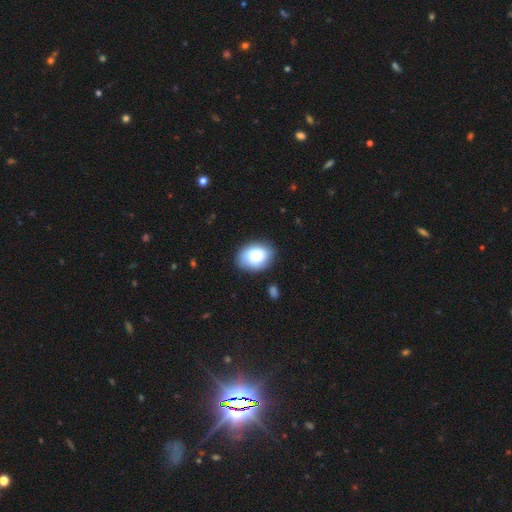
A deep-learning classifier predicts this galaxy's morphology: This is clearly a smooth galaxy (82%). How rounded: likely in between (71%). Merging: likely none (78%).